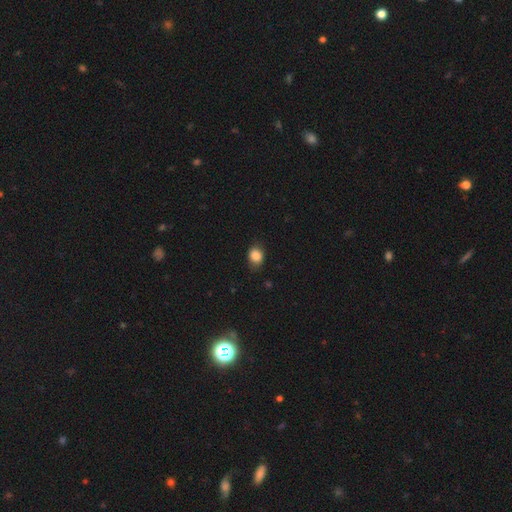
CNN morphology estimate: Smooth or featured: smooth — 85% (star or artifact — 9%)
How rounded: in between — 56% (round — 43%)
Merging: none — 77% (minor disturbance — 18%)